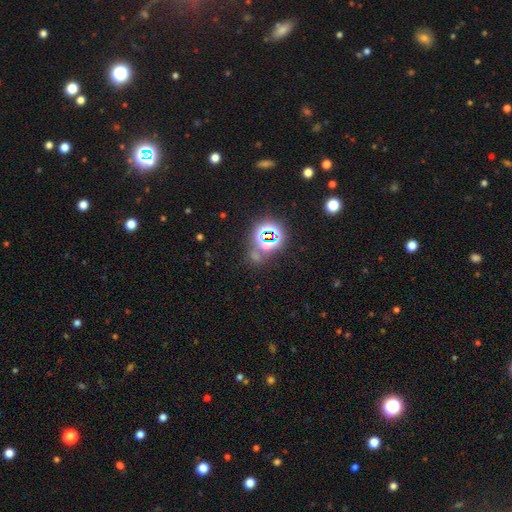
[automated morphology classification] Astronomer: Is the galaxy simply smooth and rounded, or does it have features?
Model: star or artifact — 72%.